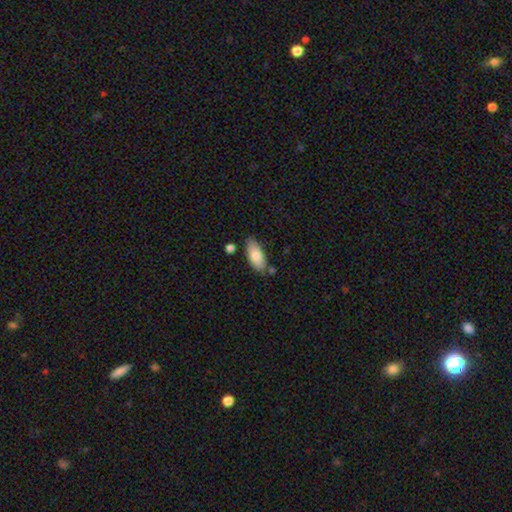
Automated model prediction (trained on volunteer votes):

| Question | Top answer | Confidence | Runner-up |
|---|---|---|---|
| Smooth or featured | smooth | 82% | featured or disk (11%) |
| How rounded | in between | 87% | cigar-shaped (11%) |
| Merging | none | 75% | minor disturbance (16%) |